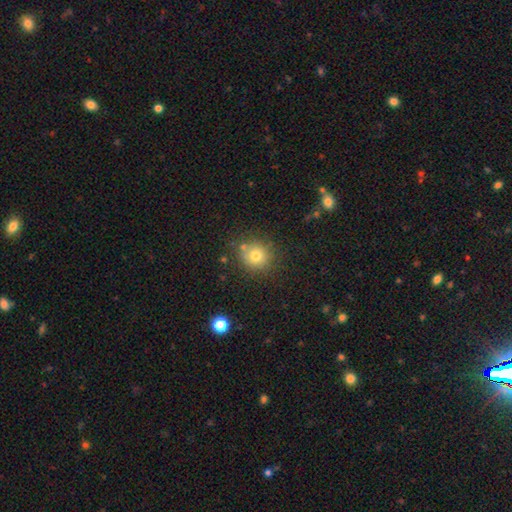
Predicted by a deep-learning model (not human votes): Smooth or featured: smooth — 75% (star or artifact — 14%)
How rounded: round — 88% (in between — 11%)
Merging: none — 76% (minor disturbance — 13%)